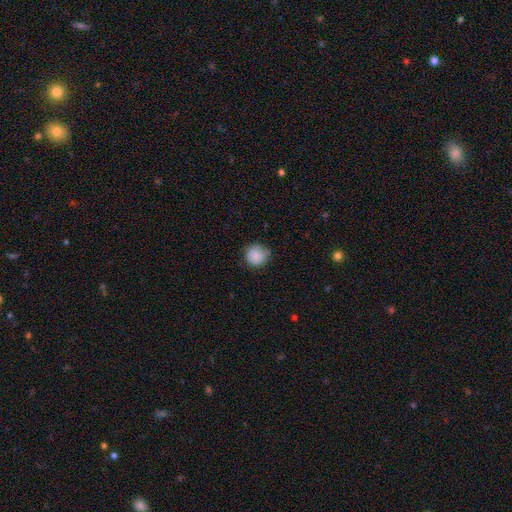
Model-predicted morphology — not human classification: Q: Smooth or featured?
A: smooth (87%); runner-up: star or artifact (8%)
Q: How rounded?
A: round (92%); runner-up: in between (7%)
Q: Merging?
A: none (76%); runner-up: minor disturbance (19%)